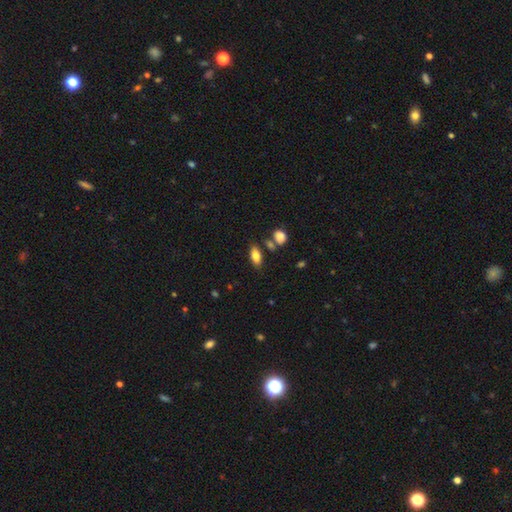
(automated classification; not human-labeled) A smooth galaxy with no disk features (78%) that is in between round and cigar-shaped (85%). Merging: none (74%).